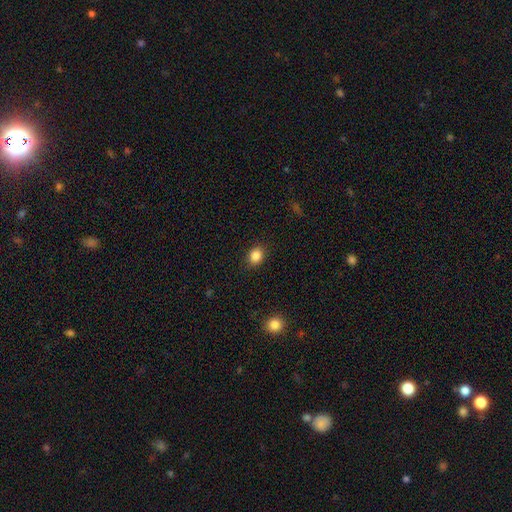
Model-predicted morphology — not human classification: type=smooth (86%); roundness=round (53%); merging=none (88%).